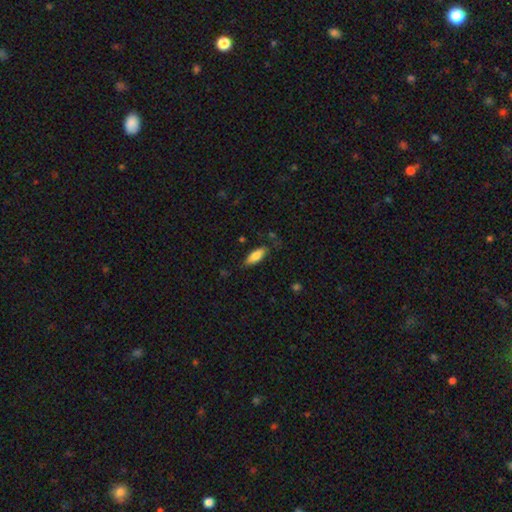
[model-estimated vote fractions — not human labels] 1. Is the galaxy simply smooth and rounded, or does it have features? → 79% smooth, 14% featured or disk, 6% star or artifact.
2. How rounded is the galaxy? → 71% in between, 27% cigar-shaped, 2% round.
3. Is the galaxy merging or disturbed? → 75% none, 18% minor disturbance, 5% major disturbance, 2% merger.